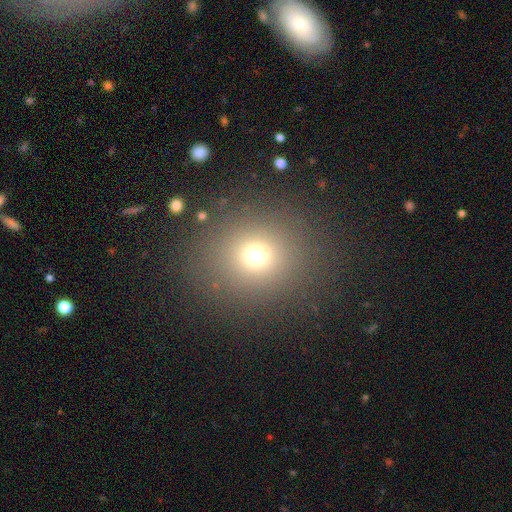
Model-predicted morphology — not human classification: Smooth or featured? smooth (67%)
How rounded? round (85%)
Merging? none (84%)